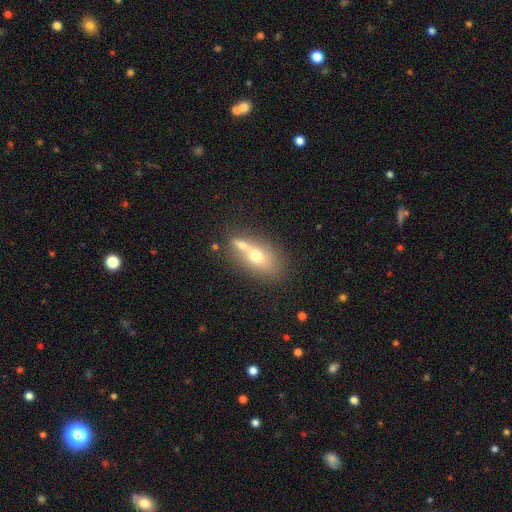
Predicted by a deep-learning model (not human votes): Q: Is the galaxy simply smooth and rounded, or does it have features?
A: smooth — 59%.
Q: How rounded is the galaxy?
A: in between — 71%.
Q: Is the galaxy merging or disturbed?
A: merger — 42%.